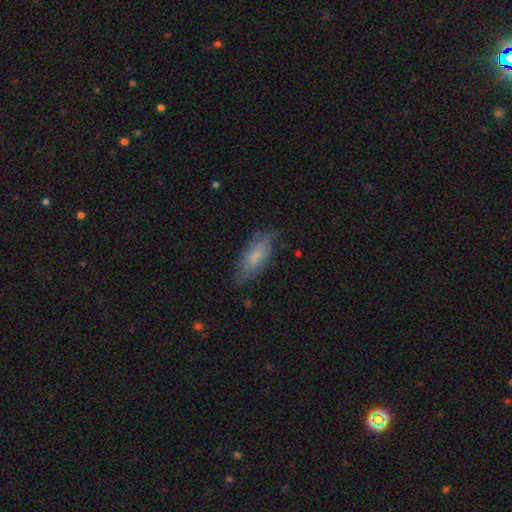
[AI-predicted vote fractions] A smooth galaxy with no disk features (60%) that is in between round and cigar-shaped (73%). Merging: none (67%).